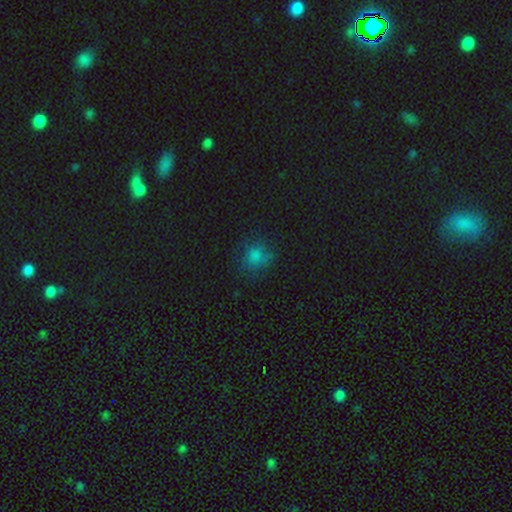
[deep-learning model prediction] Q: Smooth or featured?
A: smooth (73%); runner-up: star or artifact (20%)
Q: How rounded?
A: round (79%); runner-up: in between (19%)
Q: Merging?
A: none (71%); runner-up: minor disturbance (19%)